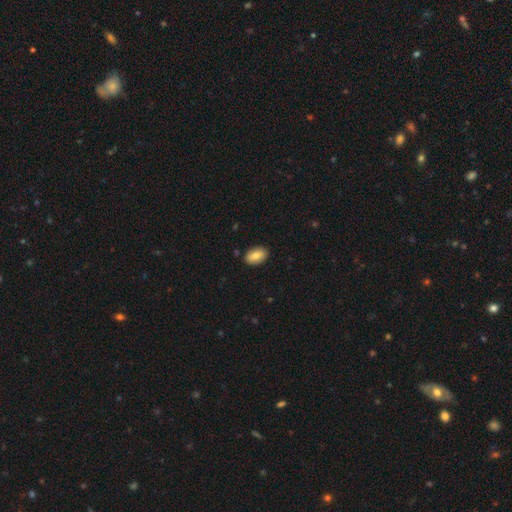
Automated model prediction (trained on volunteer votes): smooth 81%, featured or disk 12%, star or artifact 7%. Down the decision tree: how rounded — in between (92%); merging — none (88%).